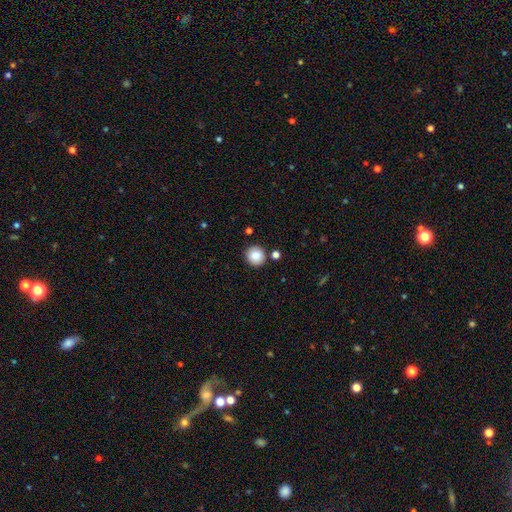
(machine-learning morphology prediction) Smooth or featured: smooth — 86% (star or artifact — 9%)
How rounded: round — 93% (in between — 6%)
Merging: none — 87% (minor disturbance — 7%)